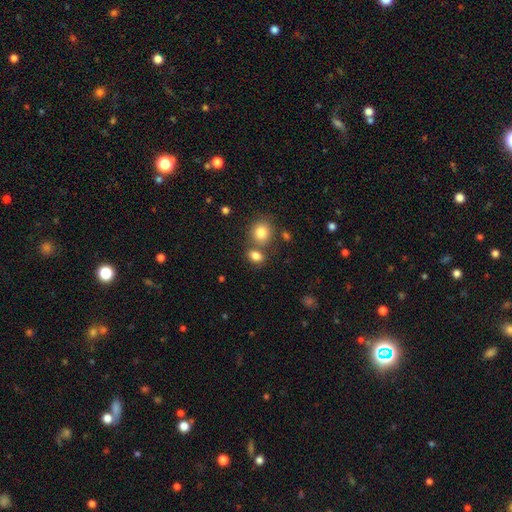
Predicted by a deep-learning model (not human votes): A smooth galaxy with no disk features (82%) that is in between round and cigar-shaped (62%). Merging: none (57%).